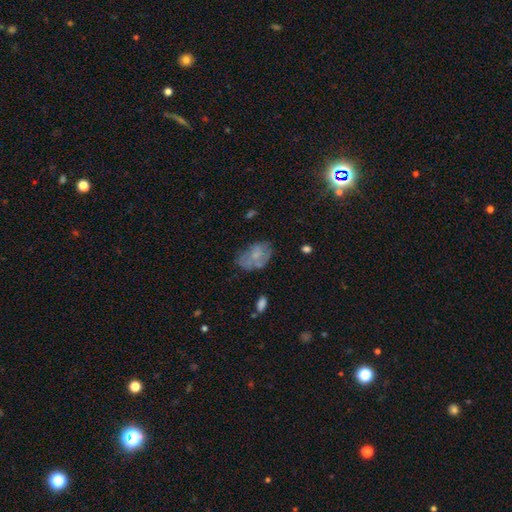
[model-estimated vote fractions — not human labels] This appears to be a smooth galaxy with no disk features (51%) that is in between round and cigar-shaped (86%). Merging: none (51%).